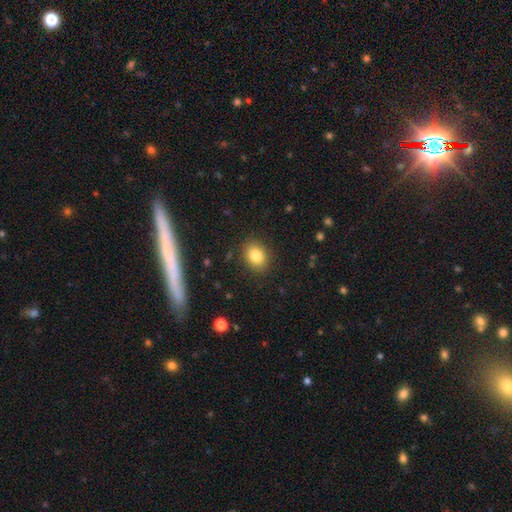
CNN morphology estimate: Overall: smooth (81%). How rounded: in between (53%; round 46%). Merging: none (87%).